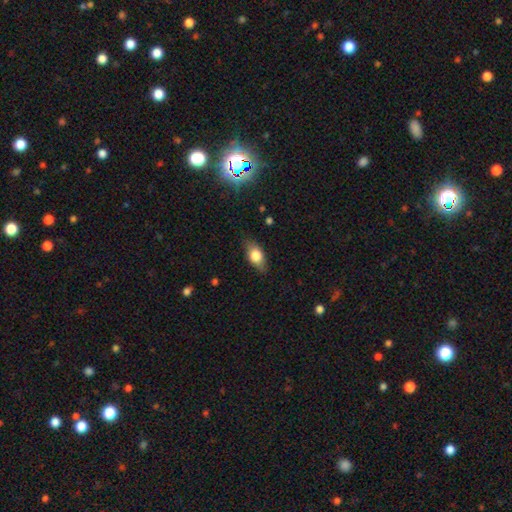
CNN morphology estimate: The model was most divided on "smooth or featured": smooth: 71%, featured or disk: 21%, star or artifact: 8%. More confident: how rounded — in between (83%); merging — none (82%).